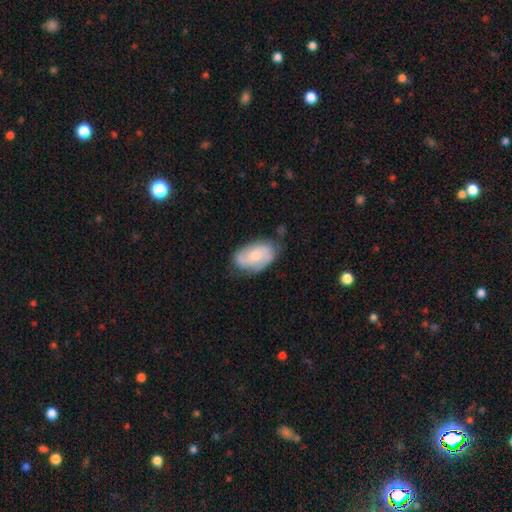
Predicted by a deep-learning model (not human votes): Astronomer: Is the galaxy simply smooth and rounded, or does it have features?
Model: smooth — 48% (runner-up: featured or disk, 45%).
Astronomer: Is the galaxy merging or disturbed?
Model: none — 61%.